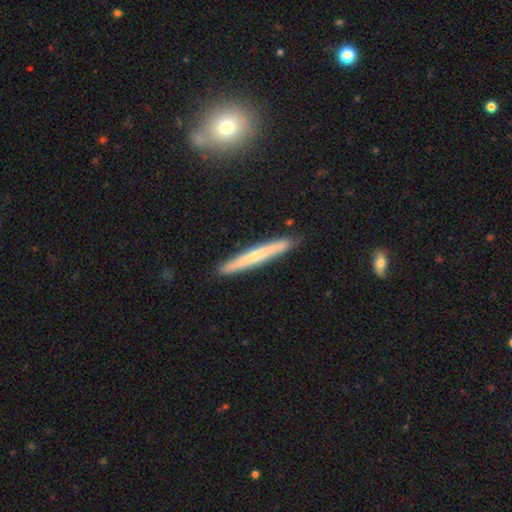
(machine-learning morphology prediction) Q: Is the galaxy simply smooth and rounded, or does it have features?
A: featured or disk — 48%.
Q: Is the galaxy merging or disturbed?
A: none — 89%.